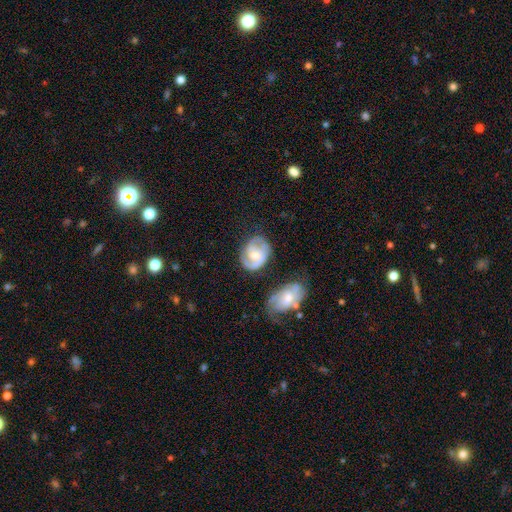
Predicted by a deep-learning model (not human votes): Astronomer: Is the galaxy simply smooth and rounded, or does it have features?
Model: featured or disk — 77%.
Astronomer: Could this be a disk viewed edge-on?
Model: no — 98%.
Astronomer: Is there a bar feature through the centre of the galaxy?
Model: no — 56% (runner-up: weak, 37%).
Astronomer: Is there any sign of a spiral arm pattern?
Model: yes — 94%.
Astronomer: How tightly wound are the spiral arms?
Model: medium — 46% (runner-up: tight, 40%).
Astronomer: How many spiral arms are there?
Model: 2 — 76%.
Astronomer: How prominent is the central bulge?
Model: moderate — 50% (runner-up: small, 39%).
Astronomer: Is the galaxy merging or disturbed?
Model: none — 63%.